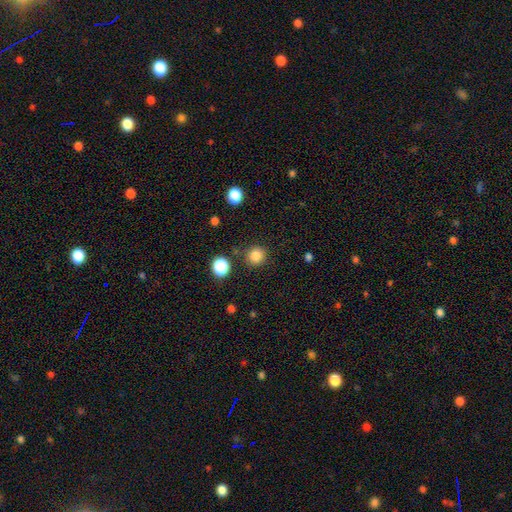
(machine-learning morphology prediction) type=smooth (84%); roundness=round (91%); merging=none (87%).